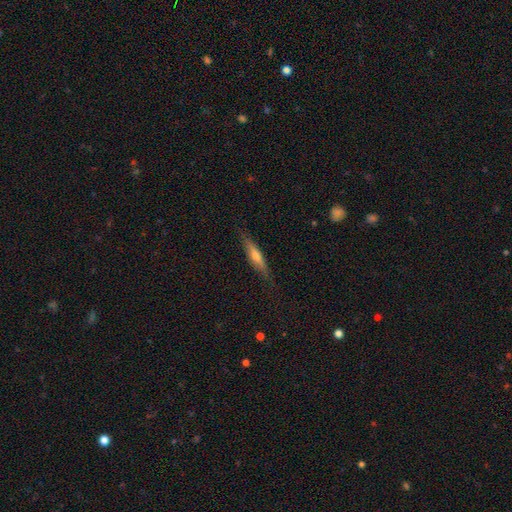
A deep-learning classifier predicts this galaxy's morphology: smooth_or_featured: smooth (p=0.47) [alt: featured or disk p=0.46]
merging: none (p=0.83) [alt: minor disturbance p=0.13]